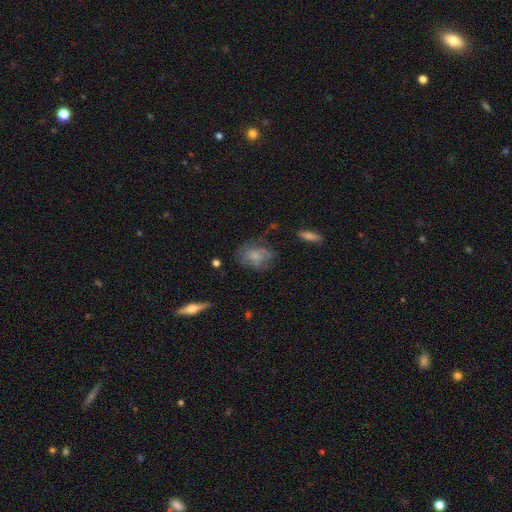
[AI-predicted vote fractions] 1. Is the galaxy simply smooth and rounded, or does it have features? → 62% smooth, 29% featured or disk, 10% star or artifact.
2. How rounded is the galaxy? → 68% in between, 30% round, 2% cigar-shaped.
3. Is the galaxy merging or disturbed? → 51% none, 28% minor disturbance, 17% major disturbance, 3% merger.